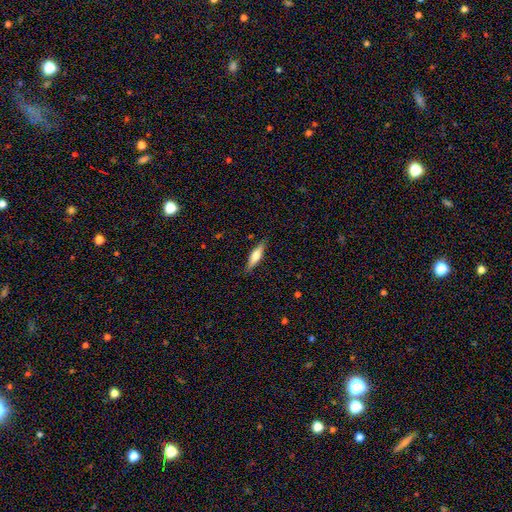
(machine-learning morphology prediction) smooth 54%, featured or disk 40%, star or artifact 6%. Down the decision tree: how rounded — cigar-shaped (67%); merging — none (86%).